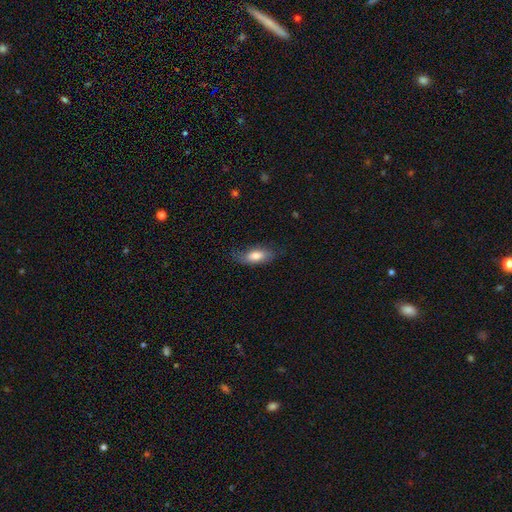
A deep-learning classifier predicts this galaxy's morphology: This appears to be a smooth galaxy with no disk features (75%) that is in between round and cigar-shaped (82%). Merging: none (65%).